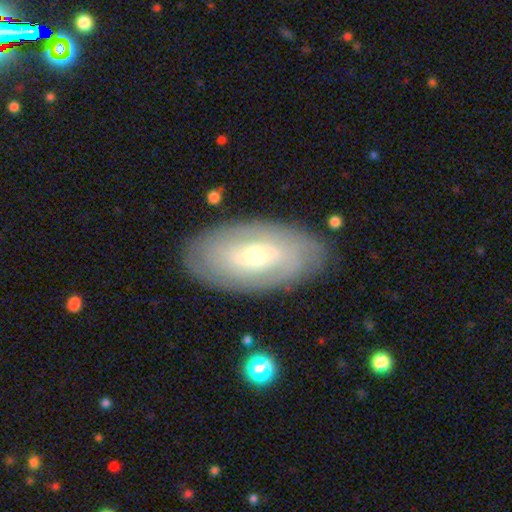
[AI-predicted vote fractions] Q: Smooth or featured?
A: featured or disk (62%); runner-up: smooth (31%)
Q: Edge-on disk?
A: no (90%); runner-up: yes (10%)
Q: Bar?
A: no (55%); runner-up: weak (33%)
Q: Spiral arms?
A: yes (60%); runner-up: no (40%)
Q: Bulge size?
A: small (53%); runner-up: moderate (43%)
Q: Merging?
A: none (84%); runner-up: minor disturbance (11%)